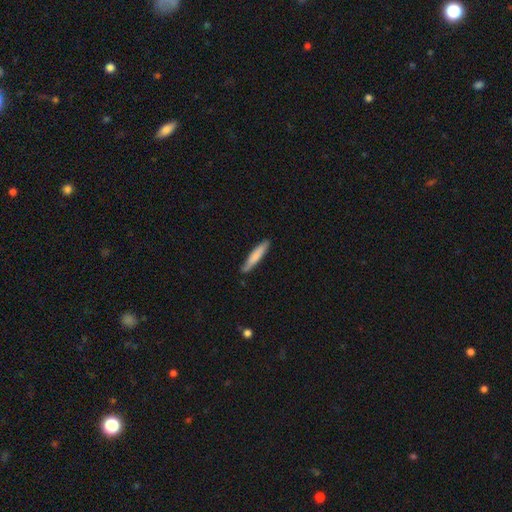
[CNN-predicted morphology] smooth_or_featured: smooth (p=0.76) [alt: featured or disk p=0.19]
how_rounded: cigar-shaped (p=0.90) [alt: in between p=0.09]
merging: none (p=0.83) [alt: minor disturbance p=0.13]